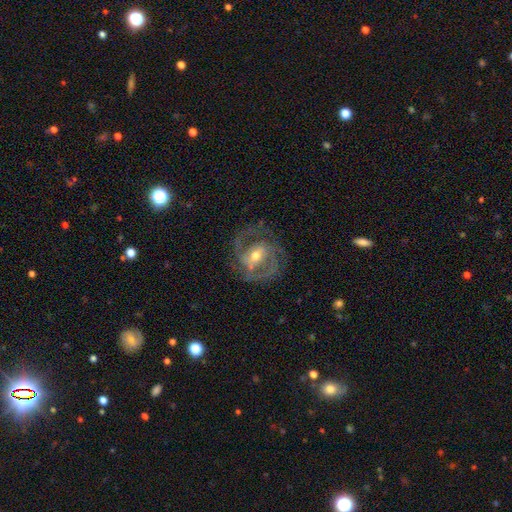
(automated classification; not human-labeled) A featured or disk galaxy (88%) with a weak bar (48%), 2 (55%) medium (50%) spiral arms (95%) and a moderate central bulge (66%). Merging: none (70%).